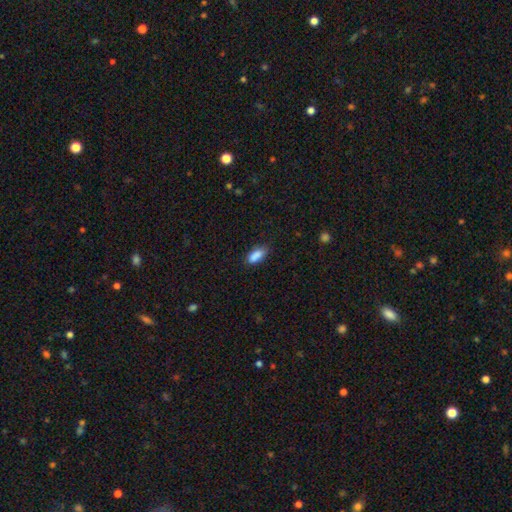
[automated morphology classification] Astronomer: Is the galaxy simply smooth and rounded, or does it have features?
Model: smooth — 87%.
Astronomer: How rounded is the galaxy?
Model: in between — 83%.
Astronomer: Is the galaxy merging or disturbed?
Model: none — 74%.